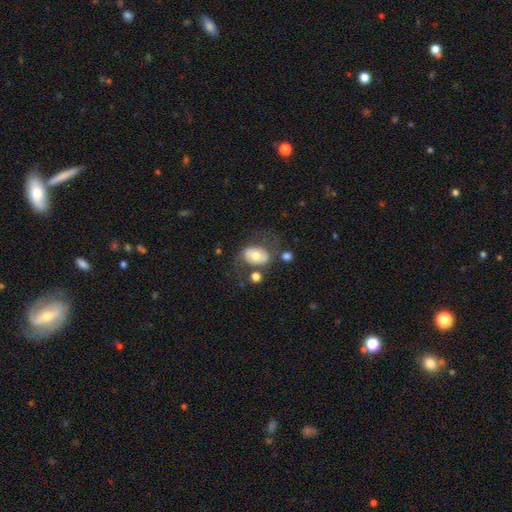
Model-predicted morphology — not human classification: smooth 52%, featured or disk 41%, star or artifact 7%. Down the decision tree: how rounded — in between (75%); merging — none (51%).